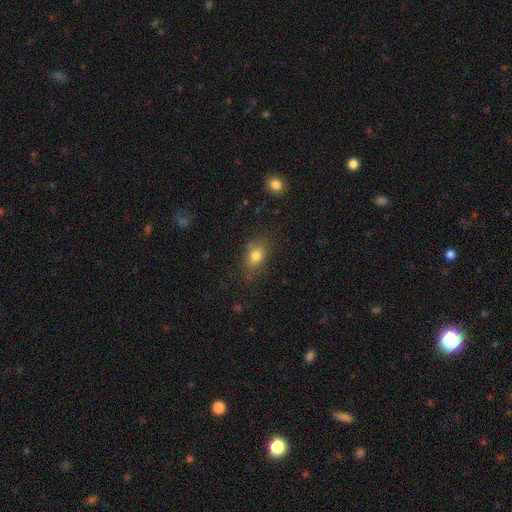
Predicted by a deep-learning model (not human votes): Smooth or featured?
  - smooth: 79% *
  - star or artifact: 11%
  - featured or disk: 9%
How rounded?
  - in between: 70% *
  - round: 27%
  - cigar-shaped: 3%
Merging?
  - none: 71% *
  - minor disturbance: 20%
  - major disturbance: 6%
  - merger: 3%